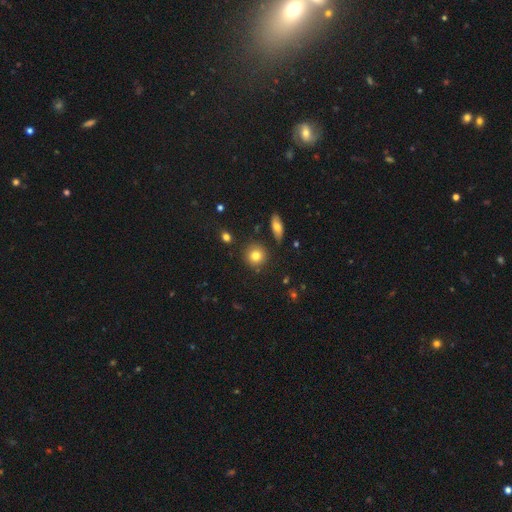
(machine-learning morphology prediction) A smooth galaxy with no disk features (80%) that is round (89%).

Vote fractions:
- Smooth or featured? smooth: 80% / star or artifact: 10% / featured or disk: 10%
- How rounded? round: 89% / in between: 10% / cigar-shaped: 1%
- Merging? none: 85% / minor disturbance: 9% / merger: 4% / major disturbance: 3%